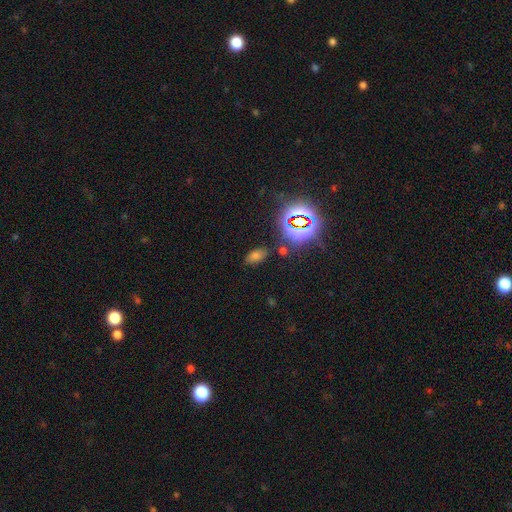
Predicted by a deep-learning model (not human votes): This is possibly a smooth galaxy (58%). How rounded: clearly in between (88%). Merging: clearly none (81%).